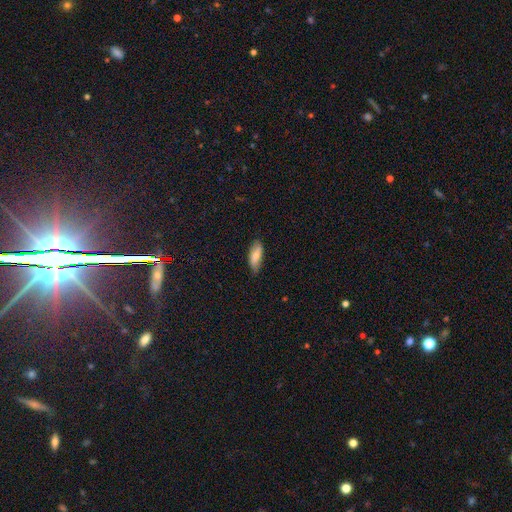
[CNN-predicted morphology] smooth_or_featured: smooth (p=0.74) [alt: featured or disk p=0.19]
how_rounded: in between (p=0.71) [alt: cigar-shaped p=0.26]
merging: none (p=0.74) [alt: minor disturbance p=0.22]